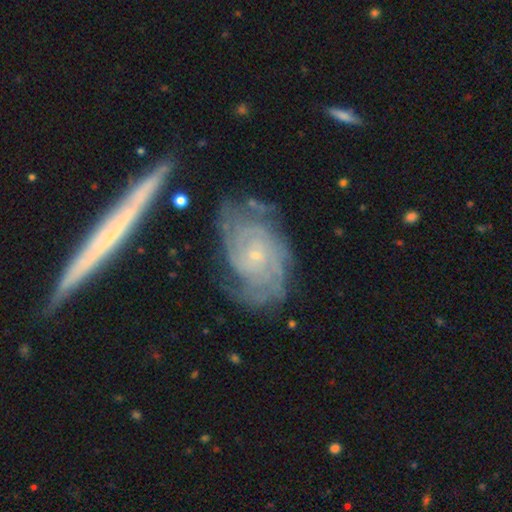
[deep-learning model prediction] Smooth or featured?
  - featured or disk: 87% *
  - smooth: 7%
  - star or artifact: 6%
Edge-on disk?
  - no: 95% *
  - yes: 5%
Bar?
  - no: 77% *
  - weak: 18%
  - strong: 5%
Spiral arms?
  - yes: 96% *
  - no: 4%
Spiral winding?
  - tight: 72% *
  - medium: 23%
  - loose: 5%
Spiral arm count?
  - can't tell: 31% *
  - 2: 20%
  - 3: 18%
  - 4: 16%
  - more than 4: 8%
  - 1: 6%
Bulge size?
  - small: 84% *
  - moderate: 12%
  - none: 2%
  - large: 1%
  - dominant: 1%
Merging?
  - none: 68% *
  - minor disturbance: 19%
  - major disturbance: 9%
  - merger: 4%